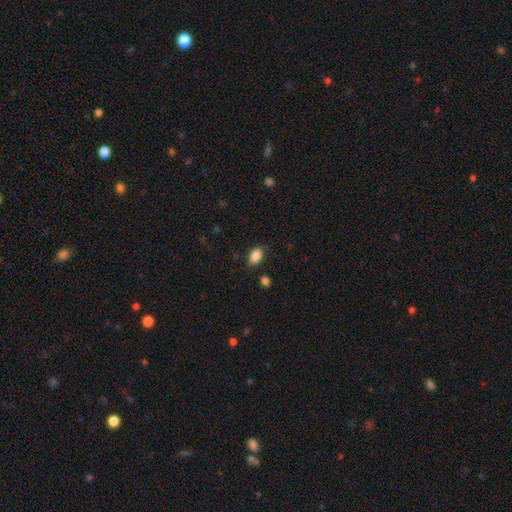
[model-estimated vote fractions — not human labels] This is clearly a smooth galaxy (87%). How rounded: clearly in between (88%). Merging: likely none (77%).